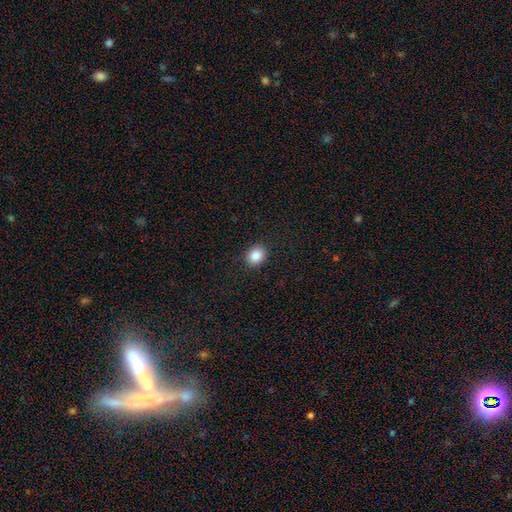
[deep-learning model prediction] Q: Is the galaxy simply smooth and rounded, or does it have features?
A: smooth — 85%.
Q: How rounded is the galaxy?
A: round — 66%.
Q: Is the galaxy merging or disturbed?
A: none — 89%.